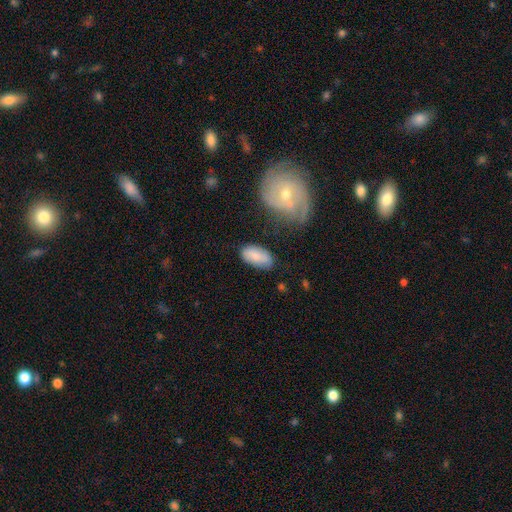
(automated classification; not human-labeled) A smooth galaxy with no disk features (80%) that is in between round and cigar-shaped (93%).

Vote fractions:
- Smooth or featured? smooth: 80% / featured or disk: 14% / star or artifact: 7%
- How rounded? in between: 93% / cigar-shaped: 4% / round: 3%
- Merging? none: 71% / minor disturbance: 19% / merger: 5% / major disturbance: 5%